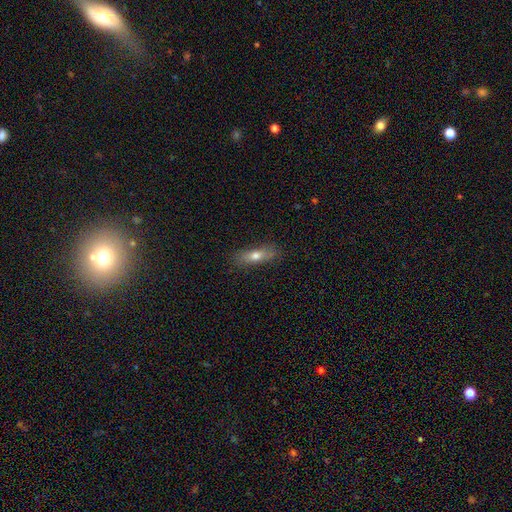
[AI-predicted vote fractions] Morphology: type=smooth (64%); roundness=cigar-shaped (58%); merging=none (84%).